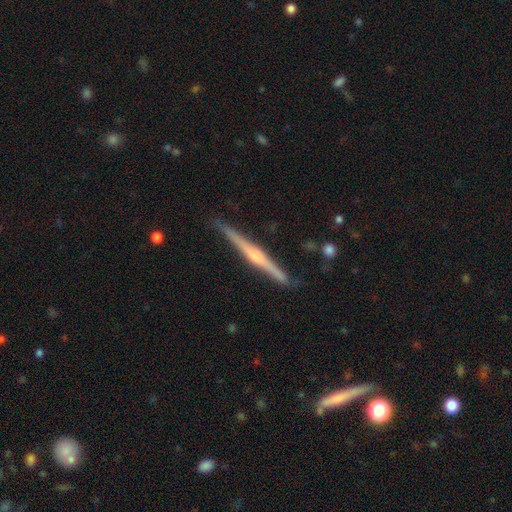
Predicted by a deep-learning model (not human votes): The model was most divided on "edge-on bulge": rounded: 74%, none: 15%, boxy: 11%. More confident: edge-on disk — yes (98%); merging — none (88%); smooth or featured — featured or disk (81%).